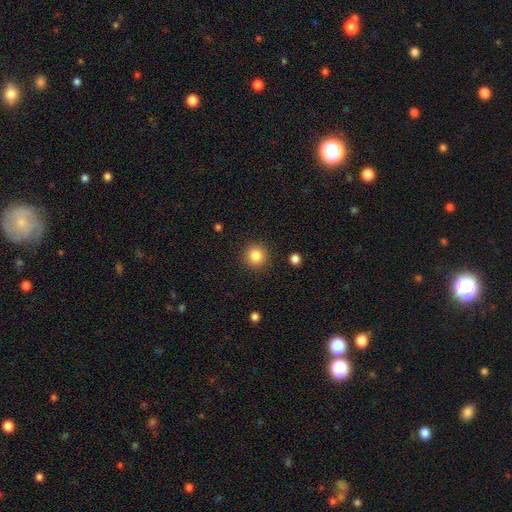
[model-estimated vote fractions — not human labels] The model was most divided on "smooth or featured": smooth: 84%, star or artifact: 11%, featured or disk: 5%. More confident: how rounded — round (94%); merging — none (90%).